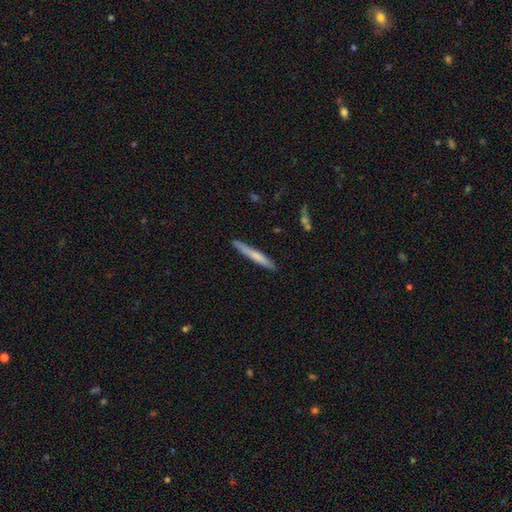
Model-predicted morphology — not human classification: Smooth or featured?
  - smooth: 64% *
  - featured or disk: 30%
  - star or artifact: 6%
How rounded?
  - cigar-shaped: 96% *
  - in between: 3%
  - round: 1%
Merging?
  - none: 87% *
  - minor disturbance: 10%
  - major disturbance: 2%
  - merger: 2%